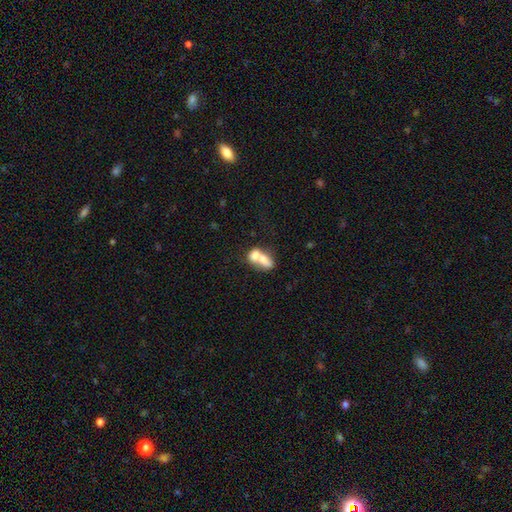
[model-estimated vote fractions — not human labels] Smooth or featured: smooth — 65% (featured or disk — 27%)
How rounded: in between — 74% (round — 19%)
Merging: merger — 72% (none — 16%)